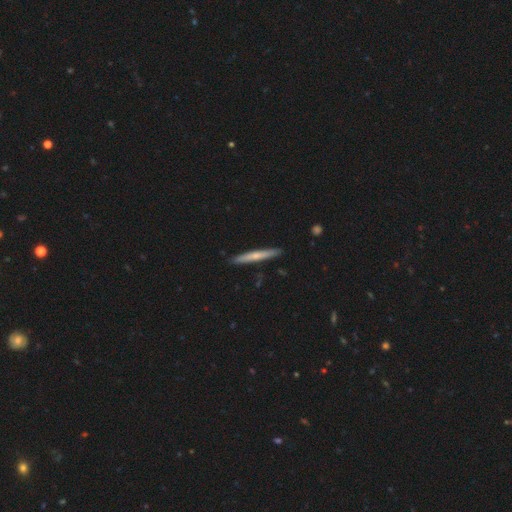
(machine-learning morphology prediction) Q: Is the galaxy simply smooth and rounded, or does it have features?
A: smooth — 52%.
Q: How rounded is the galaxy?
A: cigar-shaped — 96%.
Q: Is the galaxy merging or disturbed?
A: none — 90%.